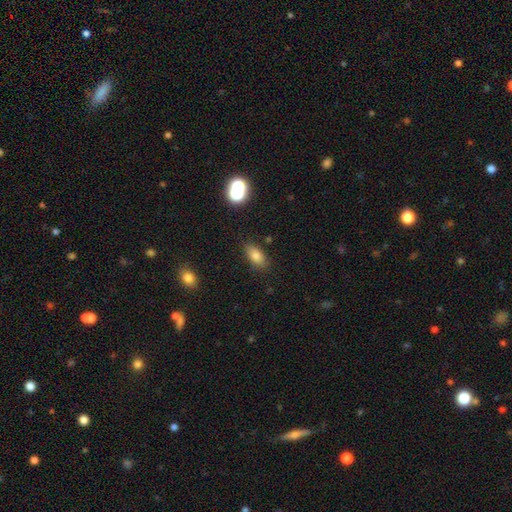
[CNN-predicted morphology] The model was most divided on "smooth or featured": smooth: 81%, star or artifact: 11%, featured or disk: 8%. More confident: how rounded — in between (86%); merging — none (83%).